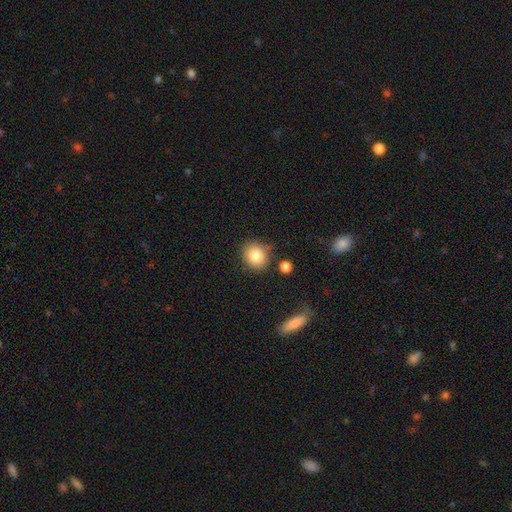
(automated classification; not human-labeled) Smooth or featured? Predicted: smooth (p=0.81). How rounded? Predicted: round (p=0.84). Merging? Predicted: none (p=0.80).